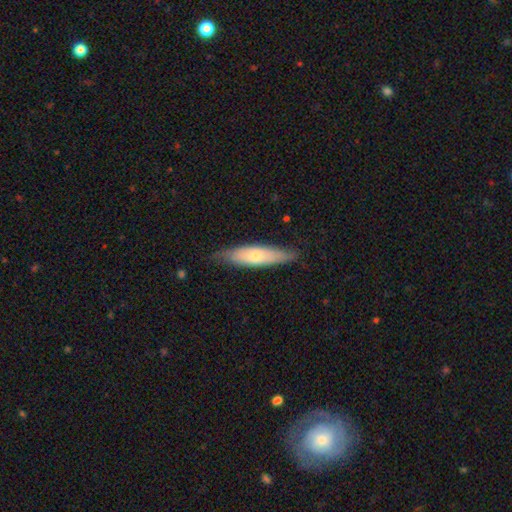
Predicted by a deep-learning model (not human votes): A smooth galaxy with no disk features (59%) that is cigar-shaped (67%).

Vote fractions:
- Smooth or featured? smooth: 59% / featured or disk: 36% / star or artifact: 5%
- How rounded? cigar-shaped: 67% / in between: 31% / round: 2%
- Merging? none: 77% / minor disturbance: 19% / major disturbance: 3% / merger: 1%